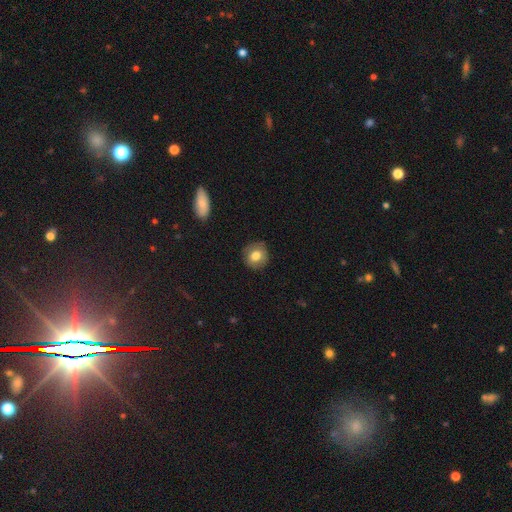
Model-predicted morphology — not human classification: Smooth or featured: smooth — 79% (featured or disk — 12%)
How rounded: round — 88% (in between — 11%)
Merging: none — 86% (minor disturbance — 10%)